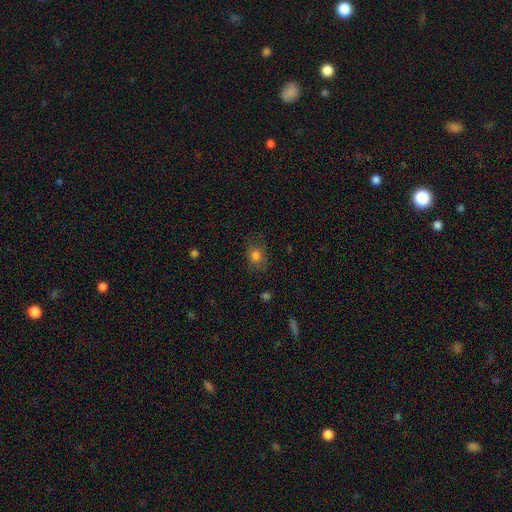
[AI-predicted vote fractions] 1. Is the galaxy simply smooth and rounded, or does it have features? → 79% smooth, 12% star or artifact, 8% featured or disk.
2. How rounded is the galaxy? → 56% round, 43% in between, 1% cigar-shaped.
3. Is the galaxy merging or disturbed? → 73% none, 19% minor disturbance, 7% major disturbance, 2% merger.